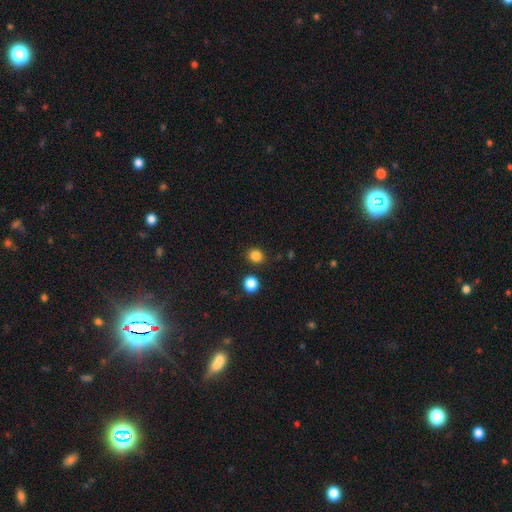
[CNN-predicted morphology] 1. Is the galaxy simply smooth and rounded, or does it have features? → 84% smooth, 12% star or artifact, 3% featured or disk.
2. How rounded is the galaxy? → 77% round, 22% in between, 1% cigar-shaped.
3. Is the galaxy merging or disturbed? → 86% none, 7% minor disturbance, 4% merger, 2% major disturbance.